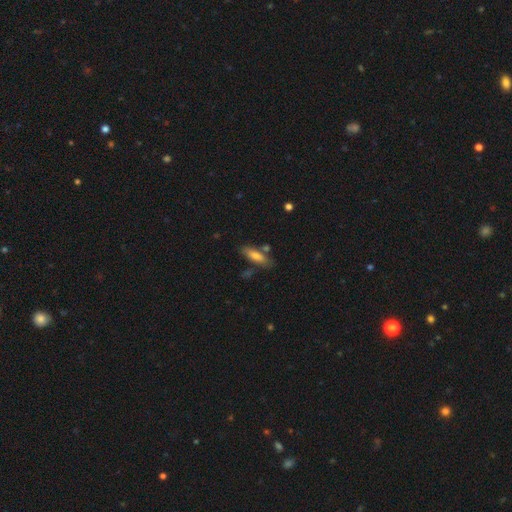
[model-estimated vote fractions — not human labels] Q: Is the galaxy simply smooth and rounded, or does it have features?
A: smooth — 73%.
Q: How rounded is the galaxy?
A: cigar-shaped — 50%.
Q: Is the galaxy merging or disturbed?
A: none — 73%.